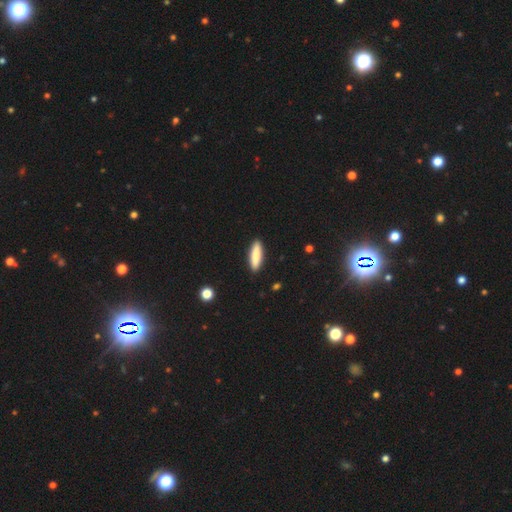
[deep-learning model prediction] Smooth or featured? smooth (83%)
How rounded? cigar-shaped (67%)
Merging? none (90%)